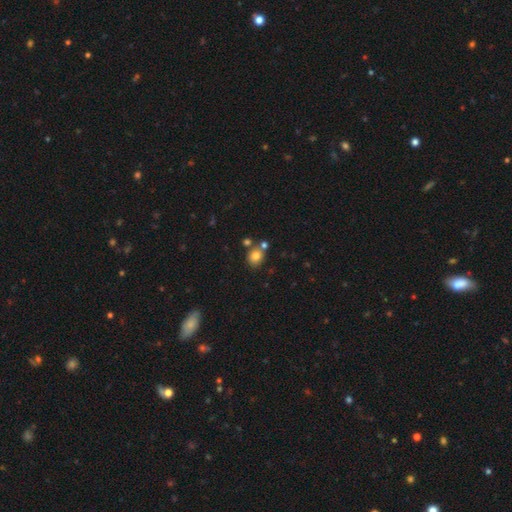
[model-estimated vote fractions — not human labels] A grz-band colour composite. It shows a smooth galaxy with no disk features (81%) that is round (64%). Merging: none (66%).